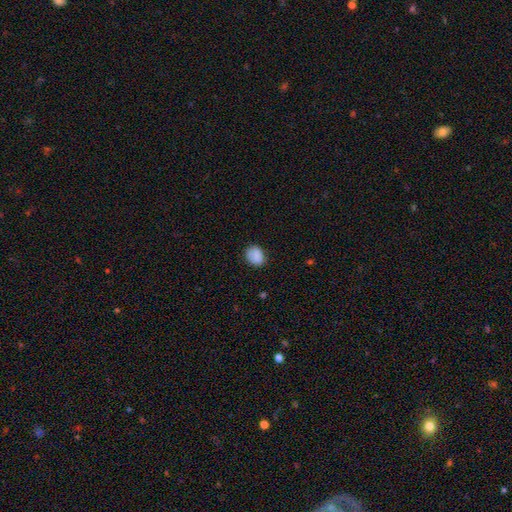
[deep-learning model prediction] smooth 85%, star or artifact 8%, featured or disk 6%. Down the decision tree: how rounded — in between (50%); merging — none (80%).